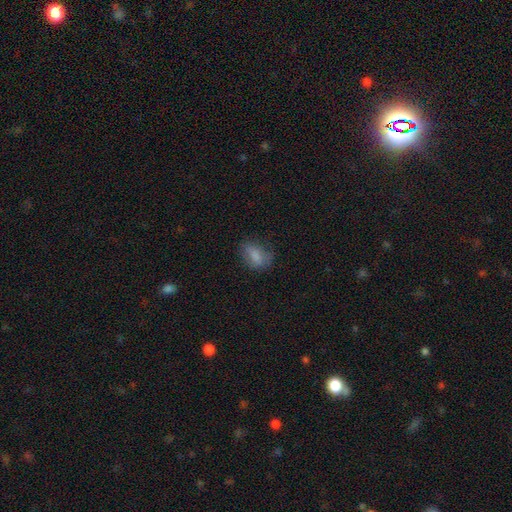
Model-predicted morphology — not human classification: Smooth or featured?
  - smooth: 77% *
  - featured or disk: 13%
  - star or artifact: 10%
How rounded?
  - in between: 79% *
  - round: 16%
  - cigar-shaped: 4%
Merging?
  - none: 64% *
  - minor disturbance: 24%
  - major disturbance: 11%
  - merger: 1%